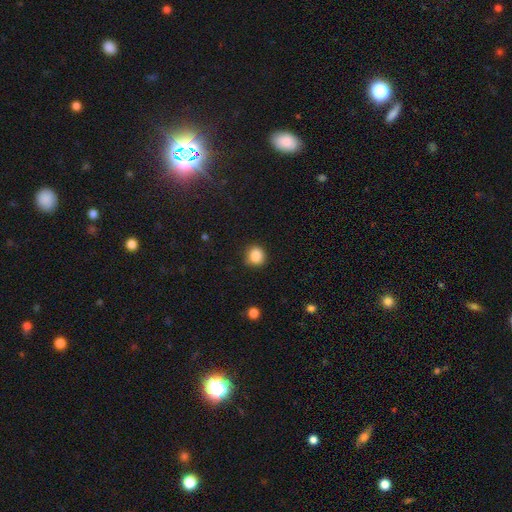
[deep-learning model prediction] Smooth or featured? smooth (87%)
How rounded? round (84%)
Merging? none (83%)